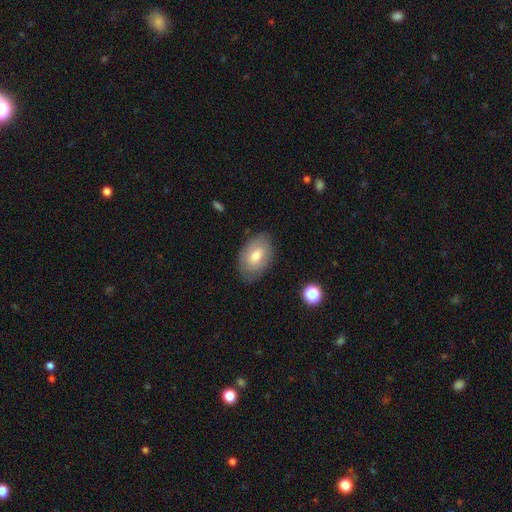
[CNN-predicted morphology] Smooth or featured?
  - smooth: 67% *
  - featured or disk: 25%
  - star or artifact: 8%
How rounded?
  - in between: 90% *
  - round: 8%
  - cigar-shaped: 1%
Merging?
  - none: 82% *
  - minor disturbance: 14%
  - major disturbance: 3%
  - merger: 1%